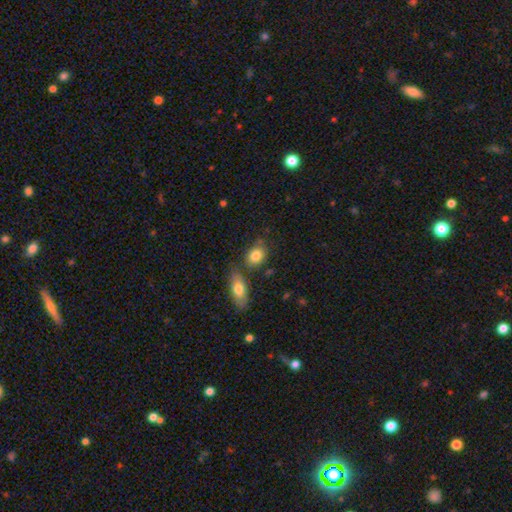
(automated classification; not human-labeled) smooth-or-featured: smooth: 83% | featured or disk: 9% | star or artifact: 8%
  how-rounded: in between: 68% | round: 29% | cigar-shaped: 2%
  merging: none: 64% | merger: 17% | minor disturbance: 15% | major disturbance: 4%